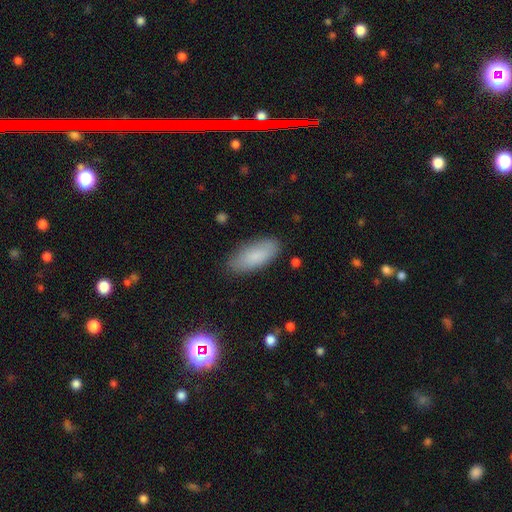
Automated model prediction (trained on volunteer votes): Smooth or featured: smooth — 84% (featured or disk — 9%)
How rounded: in between — 81% (cigar-shaped — 17%)
Merging: none — 83% (minor disturbance — 13%)